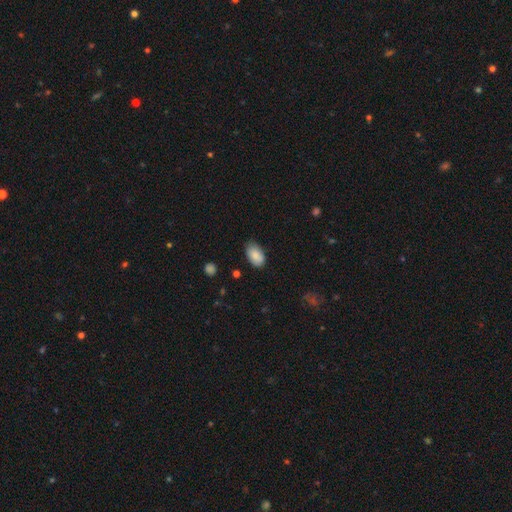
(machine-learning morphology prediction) The model was most divided on "merging": none: 74%, minor disturbance: 21%, major disturbance: 3%, merger: 1%. More confident: how rounded — in between (94%); smooth or featured — smooth (87%).